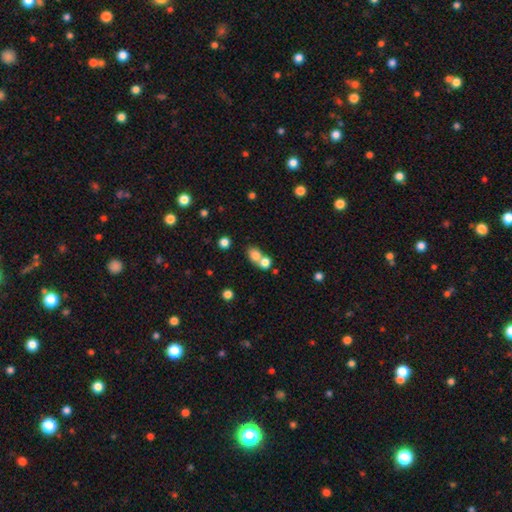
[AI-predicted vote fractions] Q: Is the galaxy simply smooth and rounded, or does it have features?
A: smooth — 78%.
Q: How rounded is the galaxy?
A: round — 55%.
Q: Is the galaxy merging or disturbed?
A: merger — 53%.